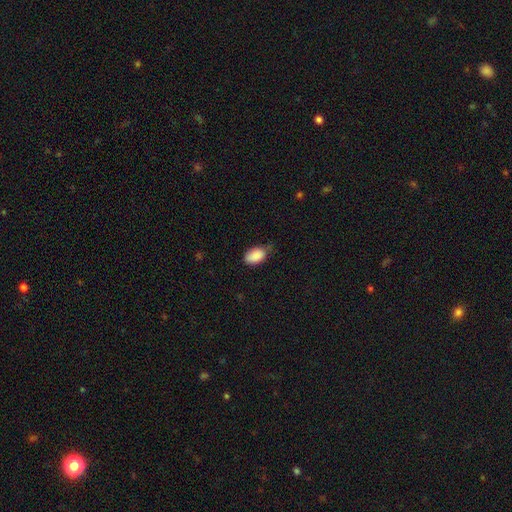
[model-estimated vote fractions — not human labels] Smooth or featured? smooth (88%)
How rounded? in between (92%)
Merging? none (57%)